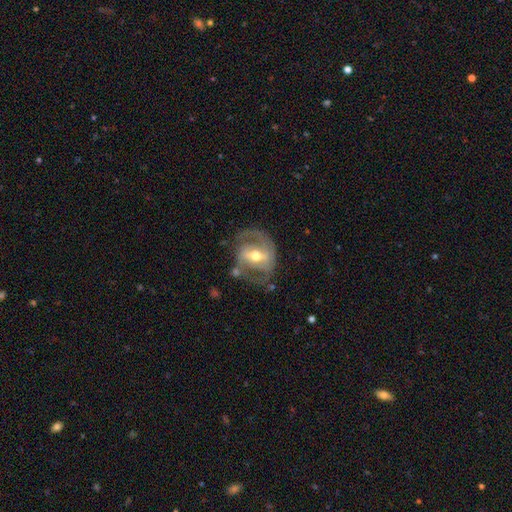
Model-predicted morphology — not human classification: This is clearly a featured or disk galaxy (83%). It is clearly not viewed edge-on (96%). Bar: marginally strong (42%). Spiral arm pattern: clearly yes (87%). Spiral arm count: likely 2 (79%). Spiral winding: possibly medium (49%). Central bulge: likely moderate (72%). Merging: likely none (63%).